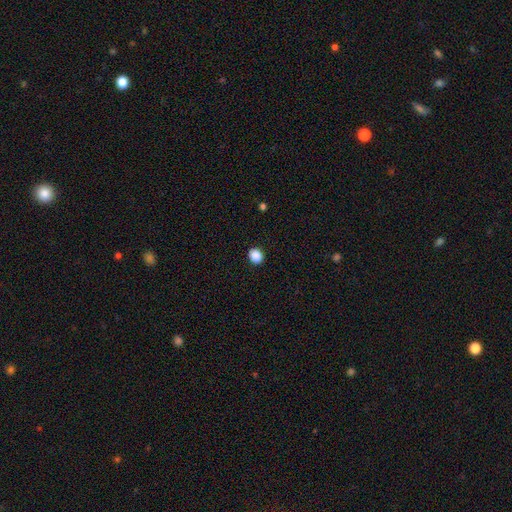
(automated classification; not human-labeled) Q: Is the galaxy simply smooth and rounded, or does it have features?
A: smooth — 88%.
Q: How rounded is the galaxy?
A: round — 70%.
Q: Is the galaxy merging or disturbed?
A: none — 92%.